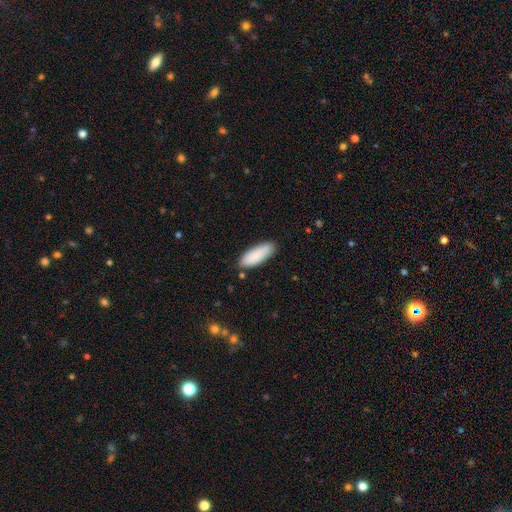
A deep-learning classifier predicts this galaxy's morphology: smooth_or_featured: smooth (p=0.88) [alt: featured or disk p=0.07]
how_rounded: in between (p=0.69) [alt: cigar-shaped p=0.29]
merging: none (p=0.83) [alt: minor disturbance p=0.13]